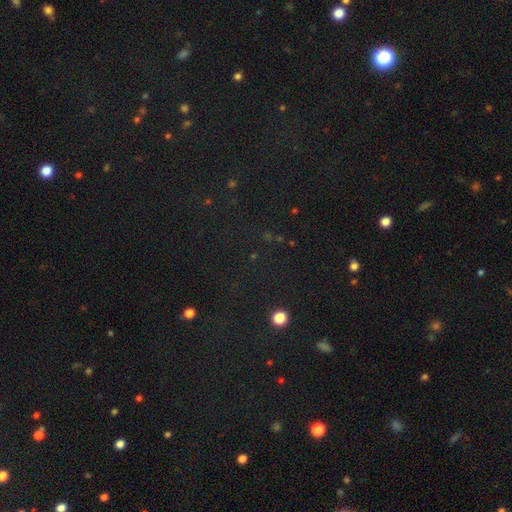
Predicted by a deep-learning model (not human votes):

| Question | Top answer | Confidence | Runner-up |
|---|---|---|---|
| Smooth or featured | star or artifact | 72% | smooth (19%) |